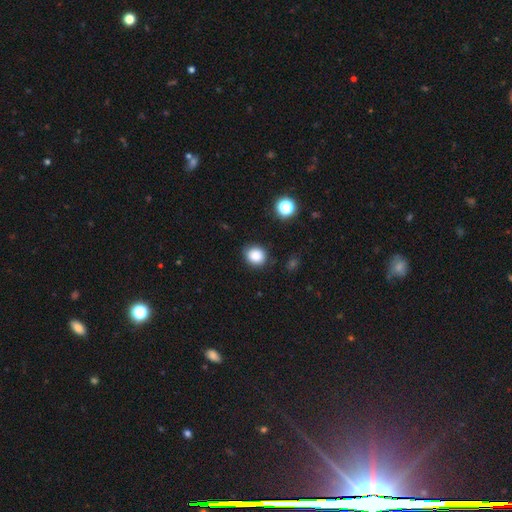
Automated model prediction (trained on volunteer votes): A smooth galaxy with no disk features (85%) that is round (75%). Merging: none (83%).